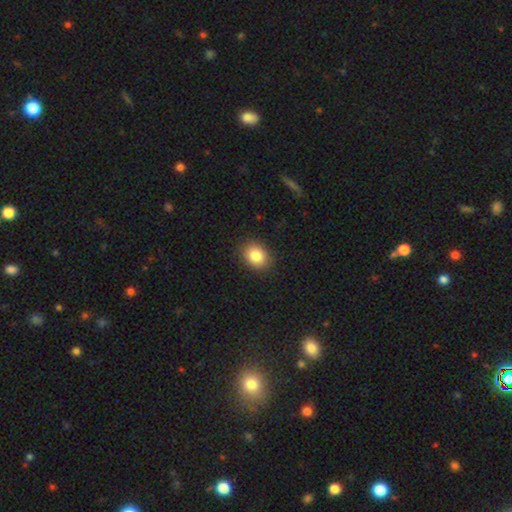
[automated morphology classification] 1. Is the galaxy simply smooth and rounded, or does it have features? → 85% smooth, 9% star or artifact, 7% featured or disk.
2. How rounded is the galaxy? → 56% in between, 43% round, 1% cigar-shaped.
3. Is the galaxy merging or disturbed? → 88% none, 8% minor disturbance, 2% major disturbance, 1% merger.